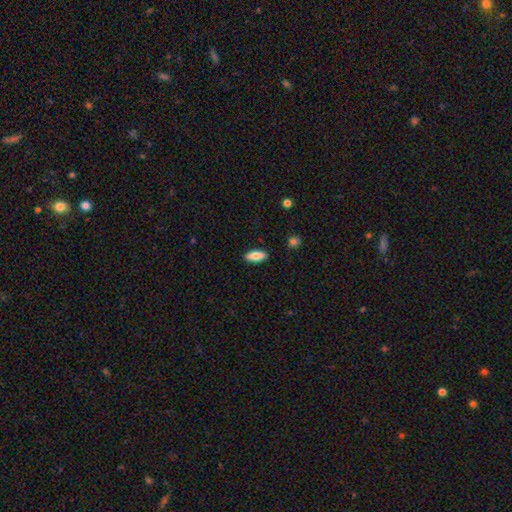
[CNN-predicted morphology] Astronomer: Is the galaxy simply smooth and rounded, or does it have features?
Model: smooth — 81%.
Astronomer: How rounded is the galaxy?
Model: in between — 76%.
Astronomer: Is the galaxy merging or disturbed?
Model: none — 90%.